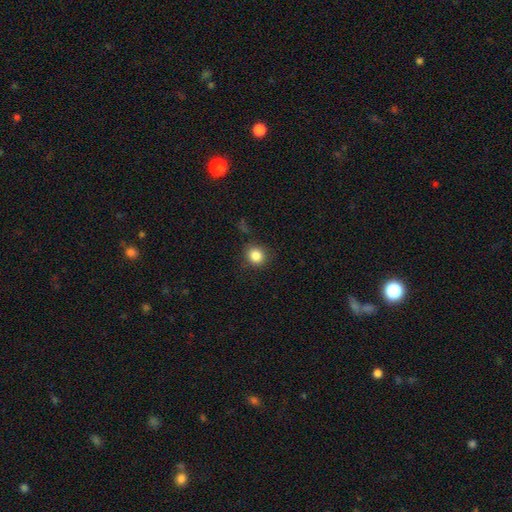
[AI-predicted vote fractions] Overall: smooth (85%). How rounded: round (83%). Merging: none (85%).